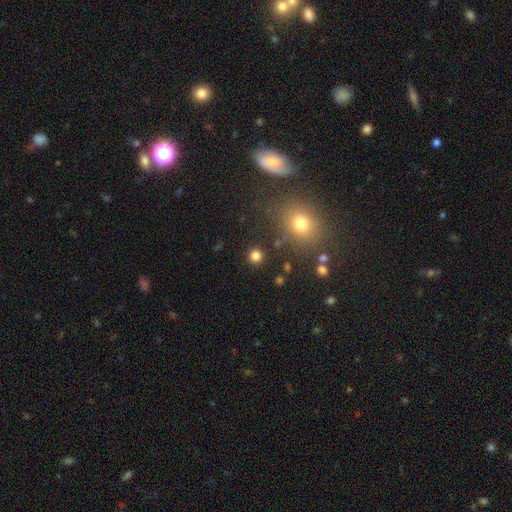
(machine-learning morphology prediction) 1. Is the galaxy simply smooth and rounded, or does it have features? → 81% smooth, 15% star or artifact, 5% featured or disk.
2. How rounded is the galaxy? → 92% round, 7% in between, 1% cigar-shaped.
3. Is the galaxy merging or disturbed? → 89% none, 5% minor disturbance, 3% merger, 3% major disturbance.